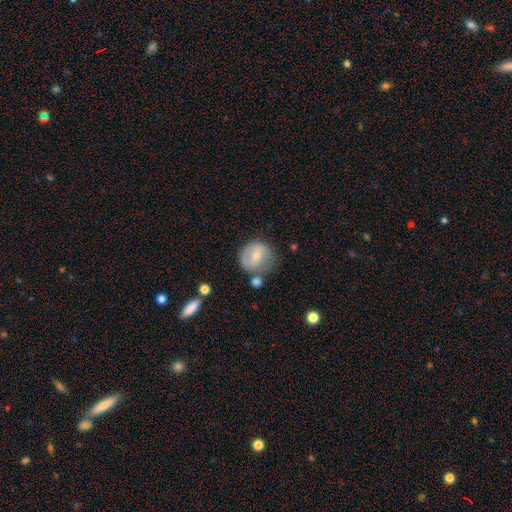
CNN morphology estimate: Smooth or featured?
  - smooth: 58% *
  - featured or disk: 34%
  - star or artifact: 8%
How rounded?
  - round: 84% *
  - in between: 15%
  - cigar-shaped: 1%
Merging?
  - none: 58% *
  - minor disturbance: 22%
  - merger: 12%
  - major disturbance: 8%